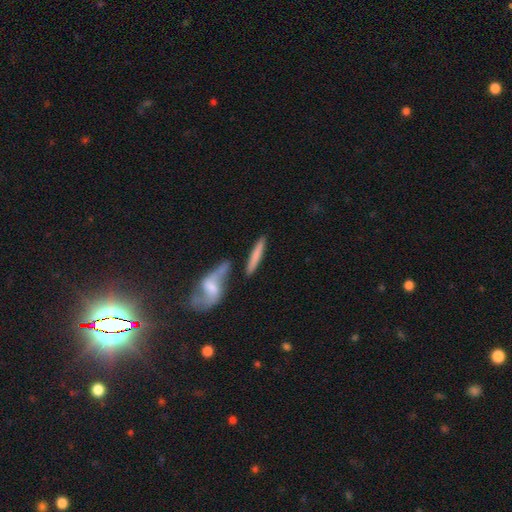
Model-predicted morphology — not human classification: smooth 64%, featured or disk 30%, star or artifact 6%. Down the decision tree: how rounded — cigar-shaped (87%); merging — none (61%).